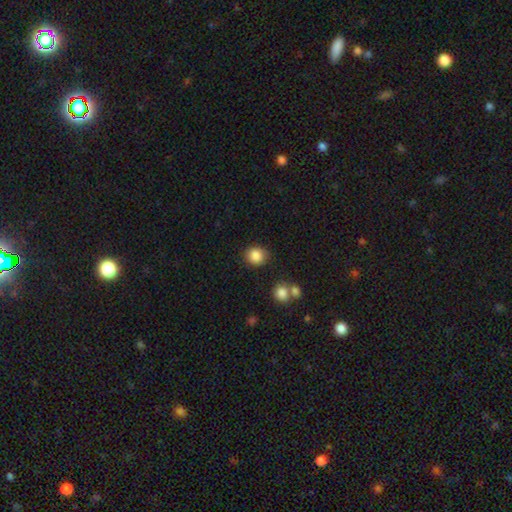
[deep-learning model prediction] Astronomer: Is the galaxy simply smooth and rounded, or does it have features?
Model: smooth — 86%.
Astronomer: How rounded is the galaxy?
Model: round — 80%.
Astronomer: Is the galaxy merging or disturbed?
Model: none — 83%.